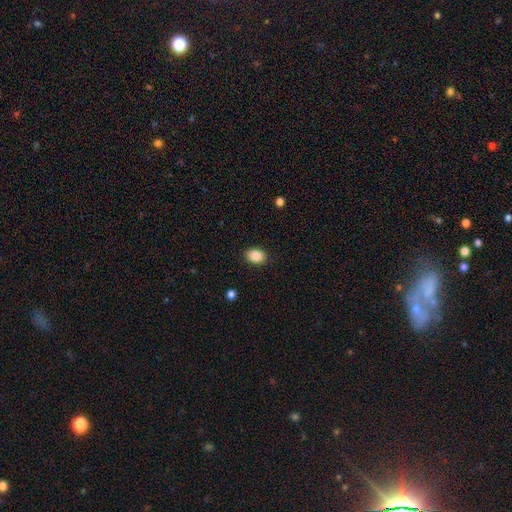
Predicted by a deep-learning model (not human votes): Smooth or featured? smooth (87%)
How rounded? in between (71%)
Merging? none (88%)